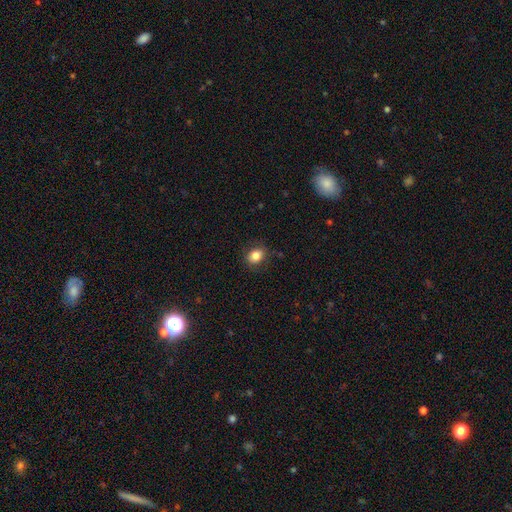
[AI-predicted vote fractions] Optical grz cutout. It shows a smooth galaxy with no disk features (83%) that is in between round and cigar-shaped (51%). Merging: none (83%).